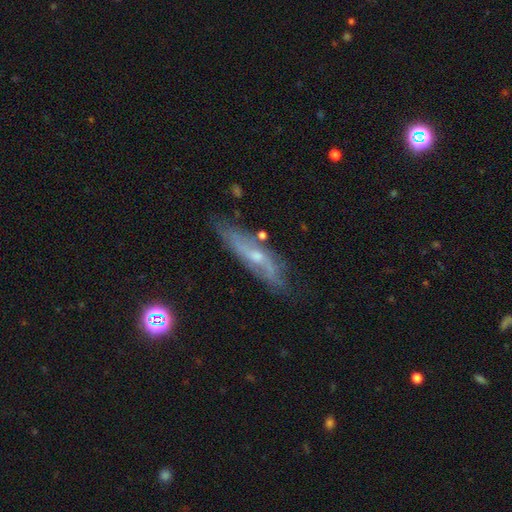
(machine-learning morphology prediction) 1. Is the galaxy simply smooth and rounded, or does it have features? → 68% featured or disk, 24% smooth, 9% star or artifact.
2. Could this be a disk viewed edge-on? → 58% no, 42% yes.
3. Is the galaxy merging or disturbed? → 68% none, 23% minor disturbance, 6% major disturbance, 3% merger.